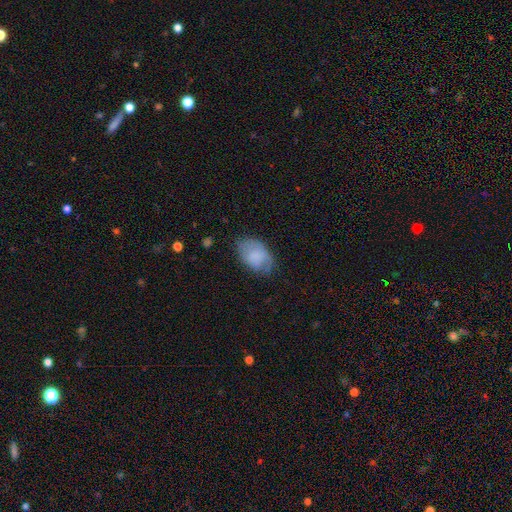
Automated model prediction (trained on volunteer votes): A smooth galaxy with no disk features (66%) that is in between round and cigar-shaped (88%).

Vote fractions:
- Smooth or featured? smooth: 66% / featured or disk: 27% / star or artifact: 8%
- How rounded? in between: 88% / round: 11% / cigar-shaped: 1%
- Merging? none: 56% / minor disturbance: 30% / major disturbance: 12% / merger: 2%